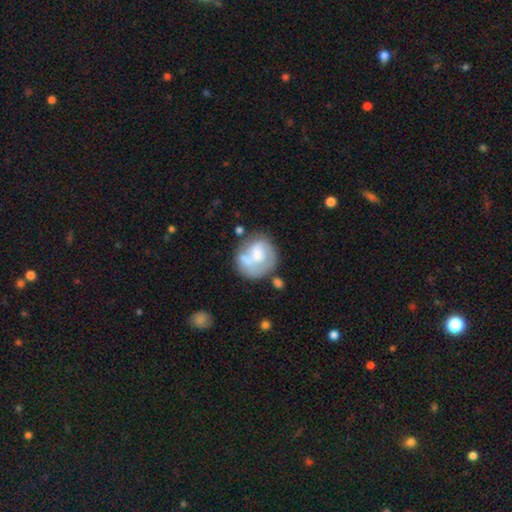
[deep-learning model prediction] A featured or disk galaxy (52%) with no bar (64%), spiral arms (58%) and no central bulge (31%). Merging: none (46%).